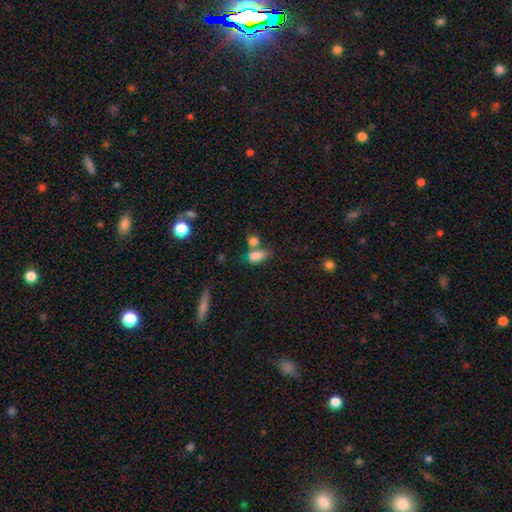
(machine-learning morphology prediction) smooth-or-featured: smooth: 80% | star or artifact: 11% | featured or disk: 9%
  how-rounded: in between: 84% | round: 9% | cigar-shaped: 7%
  merging: none: 40% | merger: 38% | minor disturbance: 15% | major disturbance: 7%